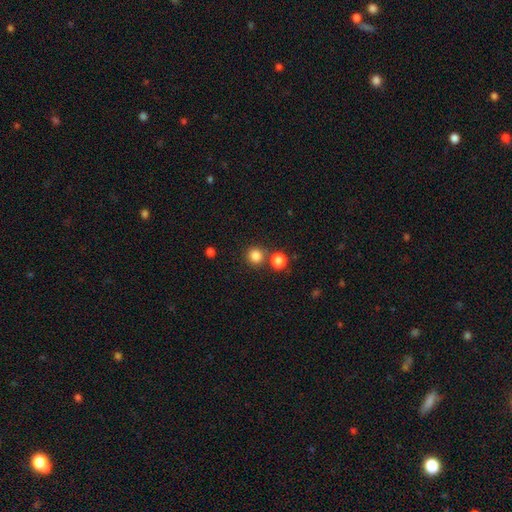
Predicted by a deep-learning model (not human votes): Q: Smooth or featured?
A: smooth (83%); runner-up: star or artifact (13%)
Q: How rounded?
A: round (93%); runner-up: in between (6%)
Q: Merging?
A: none (76%); runner-up: merger (14%)